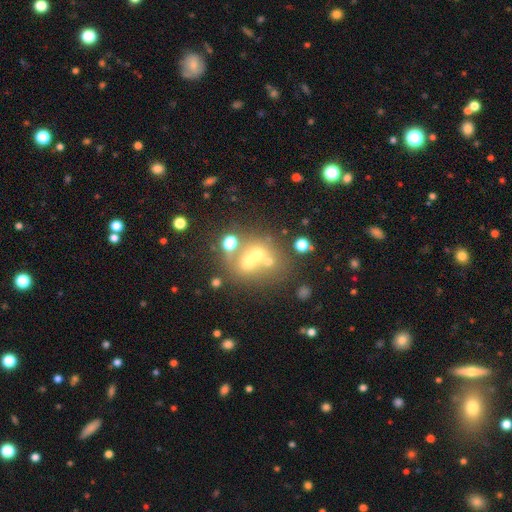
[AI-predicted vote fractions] Smooth or featured: smooth — 46% (featured or disk — 31%)
Merging: merger — 47% (none — 38%)